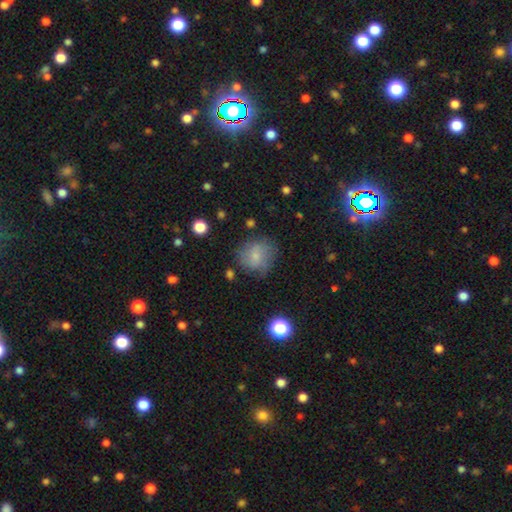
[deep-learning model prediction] Smooth or featured?
  - smooth: 71% *
  - featured or disk: 19%
  - star or artifact: 10%
How rounded?
  - round: 81% *
  - in between: 18%
  - cigar-shaped: 1%
Merging?
  - none: 65% *
  - minor disturbance: 22%
  - major disturbance: 10%
  - merger: 2%